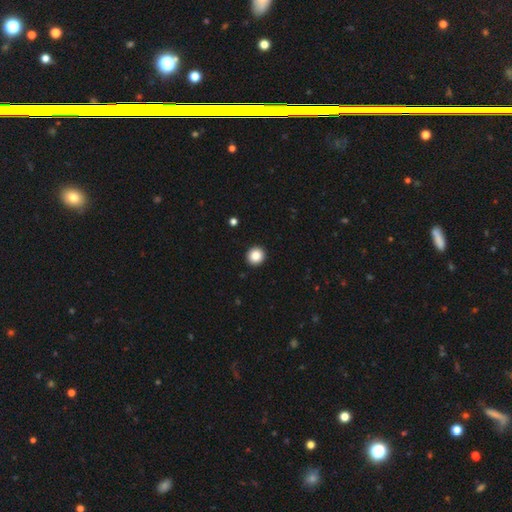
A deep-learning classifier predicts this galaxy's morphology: Smooth or featured? Predicted: smooth (p=0.87). How rounded? Predicted: round (p=0.93). Merging? Predicted: none (p=0.94).